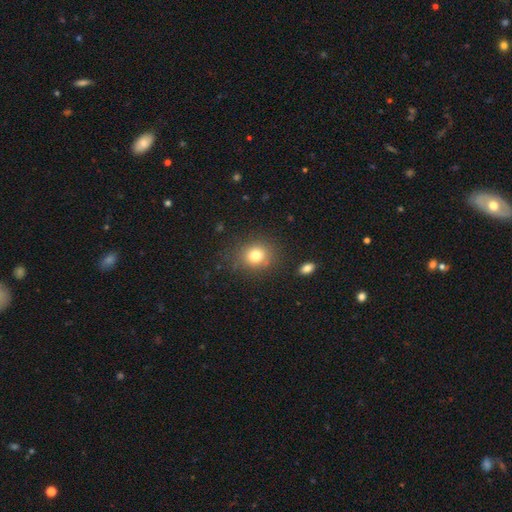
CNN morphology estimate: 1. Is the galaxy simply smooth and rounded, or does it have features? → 78% smooth, 13% star or artifact, 9% featured or disk.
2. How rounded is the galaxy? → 78% round, 21% in between, 1% cigar-shaped.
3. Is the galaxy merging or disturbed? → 83% none, 10% minor disturbance, 4% major disturbance, 2% merger.